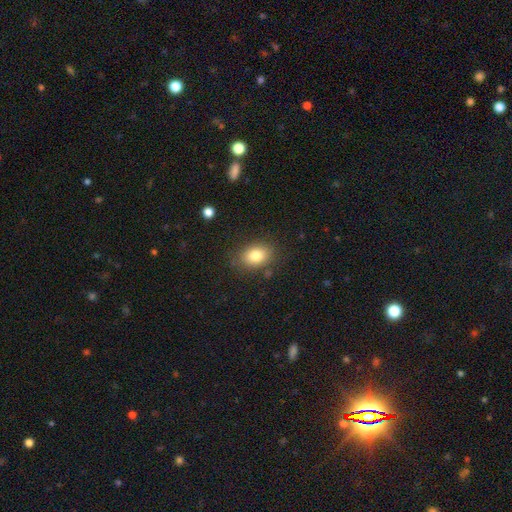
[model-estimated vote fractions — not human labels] smooth 82%, star or artifact 9%, featured or disk 9%. Down the decision tree: how rounded — in between (77%); merging — none (82%).